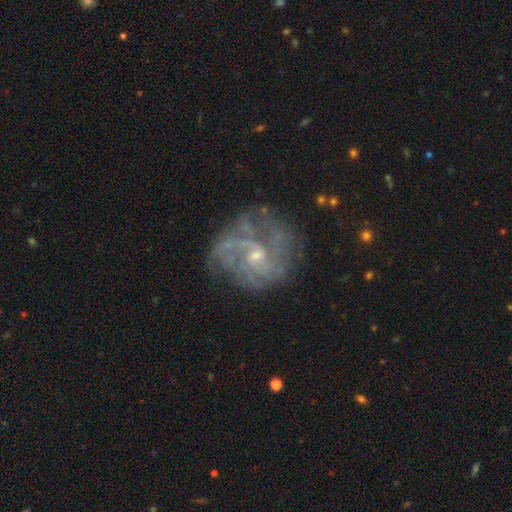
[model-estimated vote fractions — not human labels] Smooth or featured: featured or disk — 82% (smooth — 9%)
Edge-on disk: no — 98% (yes — 2%)
Bar: no — 62% (weak — 33%)
Spiral arms: yes — 90% (no — 10%)
Spiral winding: medium — 43% (tight — 39%)
Spiral arm count: can't tell — 32% (2 — 24%)
Bulge size: small — 69% (moderate — 24%)
Merging: none — 61% (minor disturbance — 20%)